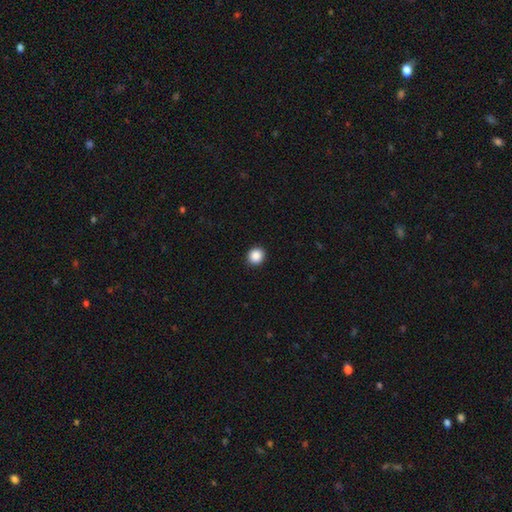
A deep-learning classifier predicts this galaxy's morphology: Smooth or featured: smooth — 88% (star or artifact — 9%)
How rounded: round — 90% (in between — 9%)
Merging: none — 92% (minor disturbance — 5%)